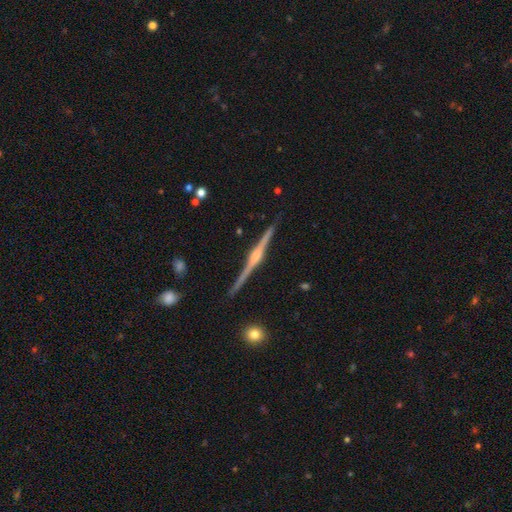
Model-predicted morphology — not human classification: A featured or disk galaxy (89%) viewed edge-on (99%) with a rounded central bulge (84%).

Vote fractions:
- Smooth or featured? featured or disk: 89% / smooth: 6% / star or artifact: 5%
- Edge-on disk? yes: 99% / no: 1%
- Edge-on bulge? rounded: 84% / boxy: 11% / none: 5%
- Merging? none: 90% / minor disturbance: 7% / major disturbance: 1% / merger: 1%